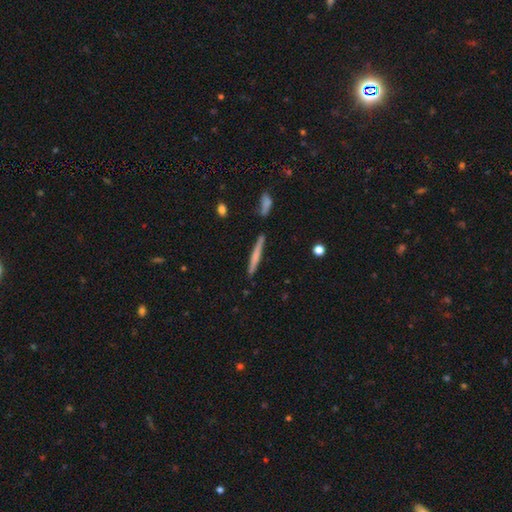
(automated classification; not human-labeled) smooth-or-featured: smooth: 61% | featured or disk: 33% | star or artifact: 6%
  how-rounded: cigar-shaped: 96% | in between: 3% | round: 1%
  merging: none: 84% | minor disturbance: 10% | merger: 4% | major disturbance: 2%